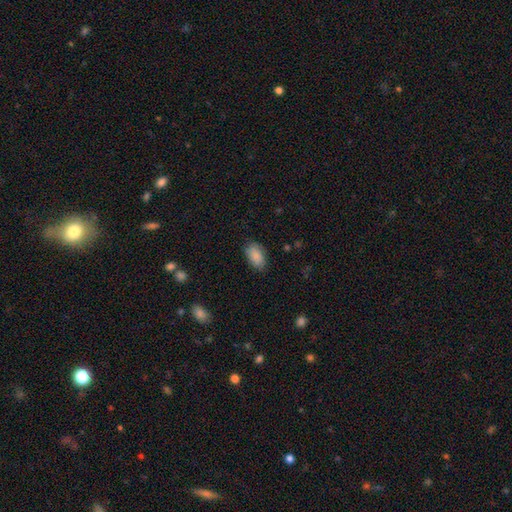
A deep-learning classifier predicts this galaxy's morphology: smooth 89%, star or artifact 7%, featured or disk 5%. Down the decision tree: how rounded — in between (93%); merging — none (82%).